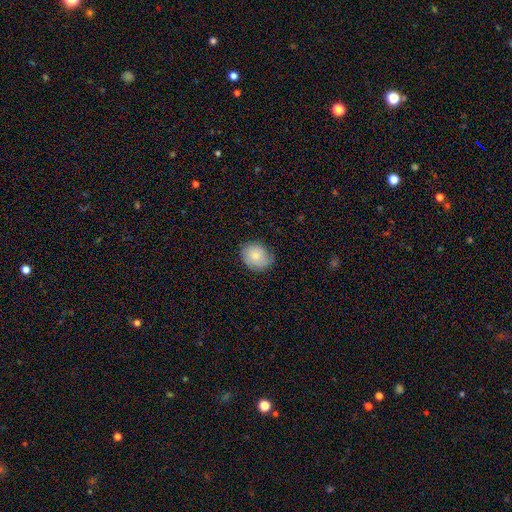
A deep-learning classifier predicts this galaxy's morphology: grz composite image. It shows a smooth galaxy with no disk features (72%) that is round (57%). Merging: none (64%).